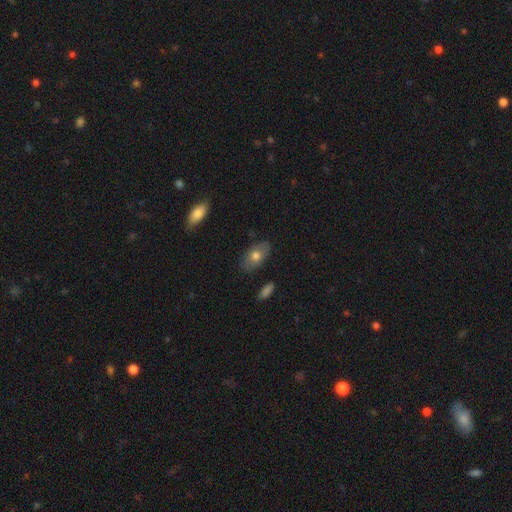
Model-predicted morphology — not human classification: This appears to be a smooth galaxy with no disk features (70%) that is in between round and cigar-shaped (91%). Merging: none (83%).